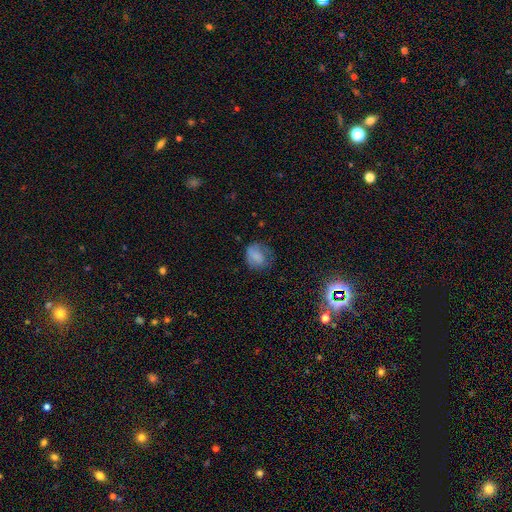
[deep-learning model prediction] This appears to be a smooth galaxy with no disk features (77%) that is round (52%). Merging: none (54%).